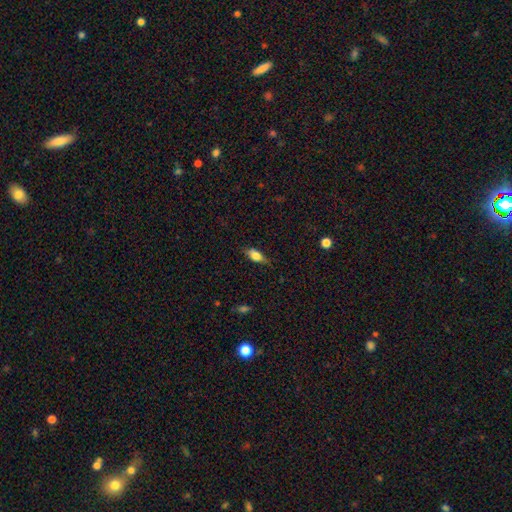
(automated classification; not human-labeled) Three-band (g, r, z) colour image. It shows a smooth galaxy with no disk features (66%) that is in between round and cigar-shaped (74%). Merging: none (77%).